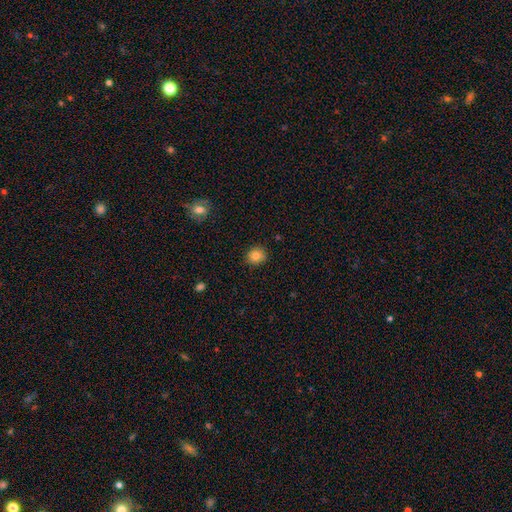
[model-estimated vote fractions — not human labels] Overall: smooth (83%). How rounded: round (84%). Merging: none (88%).